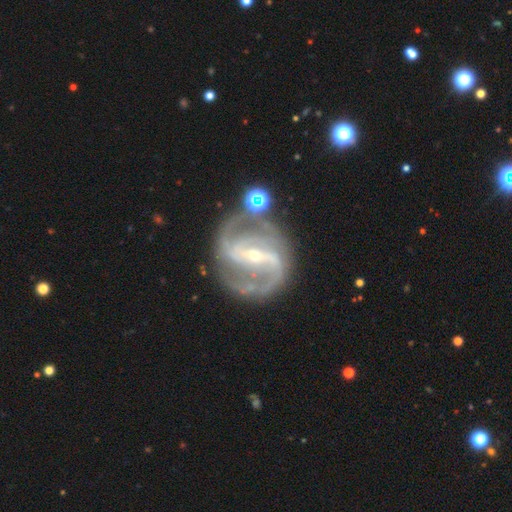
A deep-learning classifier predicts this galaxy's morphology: Smooth or featured? featured or disk (91%)
Edge-on disk? no (97%)
Bar? strong (62%)
Spiral arms? yes (97%)
Spiral winding? medium (55%)
Spiral arm count? 2 (71%)
Bulge size? small (76%)
Merging? none (69%)